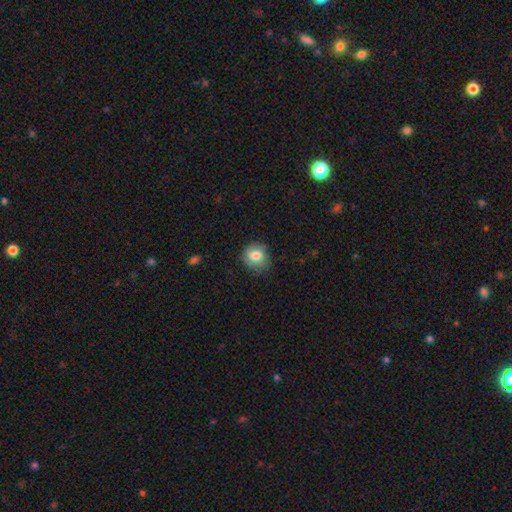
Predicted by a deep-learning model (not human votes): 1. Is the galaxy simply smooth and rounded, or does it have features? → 78% smooth, 14% featured or disk, 9% star or artifact.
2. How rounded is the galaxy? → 72% round, 27% in between, 1% cigar-shaped.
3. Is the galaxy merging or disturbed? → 71% none, 22% minor disturbance, 6% major disturbance, 1% merger.